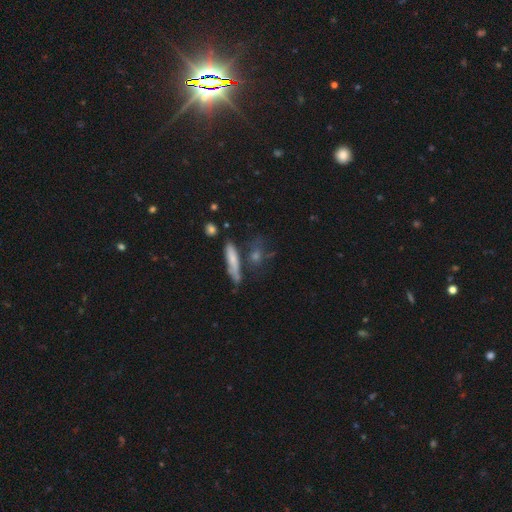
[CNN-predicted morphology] smooth_or_featured: smooth (p=0.50) [alt: featured or disk p=0.33]
how_rounded: cigar-shaped (p=0.69) [alt: in between p=0.21]
merging: none (p=0.62) [alt: minor disturbance p=0.17]